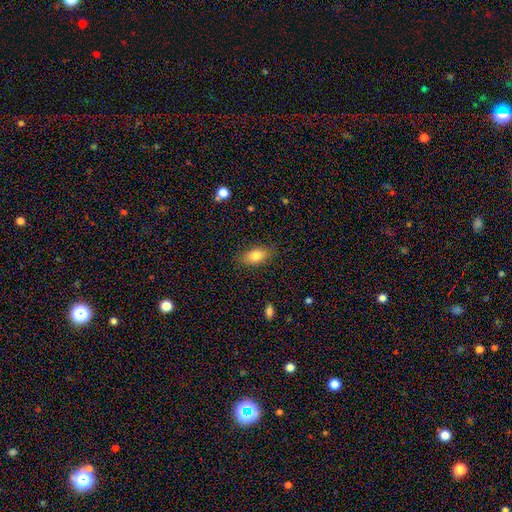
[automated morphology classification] Smooth or featured? smooth (79%)
How rounded? in between (86%)
Merging? none (83%)